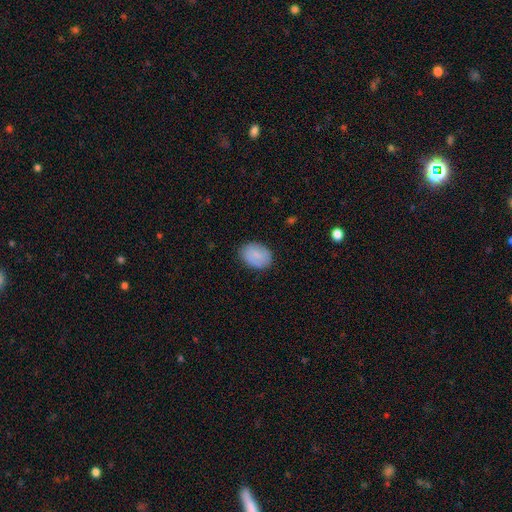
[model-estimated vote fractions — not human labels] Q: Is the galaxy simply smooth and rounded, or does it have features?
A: smooth — 75%.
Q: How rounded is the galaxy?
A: in between — 72%.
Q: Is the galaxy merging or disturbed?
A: none — 83%.